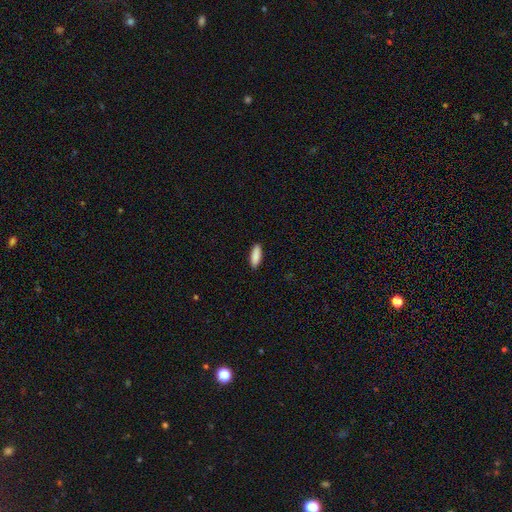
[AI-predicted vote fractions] smooth-or-featured: smooth: 90% | star or artifact: 6% | featured or disk: 5%
  how-rounded: in between: 58% | cigar-shaped: 40% | round: 2%
  merging: none: 90% | minor disturbance: 7% | major disturbance: 2% | merger: 1%